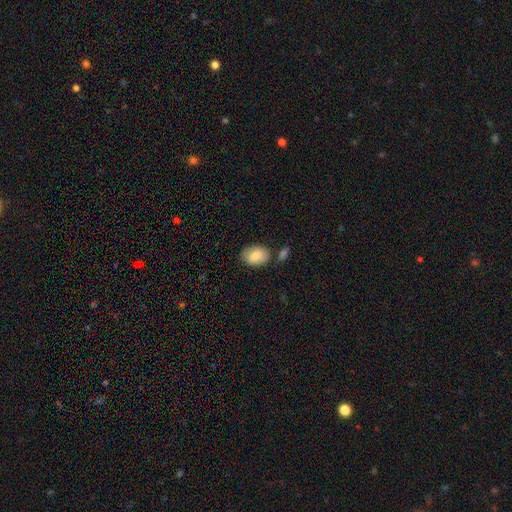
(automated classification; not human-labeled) smooth 80%, featured or disk 14%, star or artifact 7%. Down the decision tree: how rounded — in between (78%); merging — none (70%).